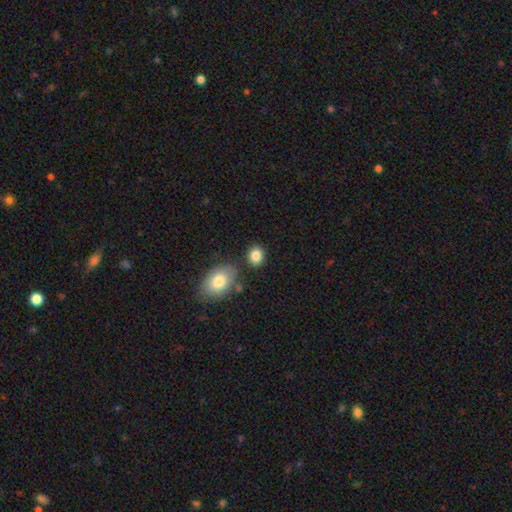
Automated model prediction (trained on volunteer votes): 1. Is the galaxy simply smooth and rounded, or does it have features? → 85% smooth, 9% star or artifact, 6% featured or disk.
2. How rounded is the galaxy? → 52% round, 47% in between, 1% cigar-shaped.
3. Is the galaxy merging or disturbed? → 78% none, 11% minor disturbance, 8% merger, 3% major disturbance.